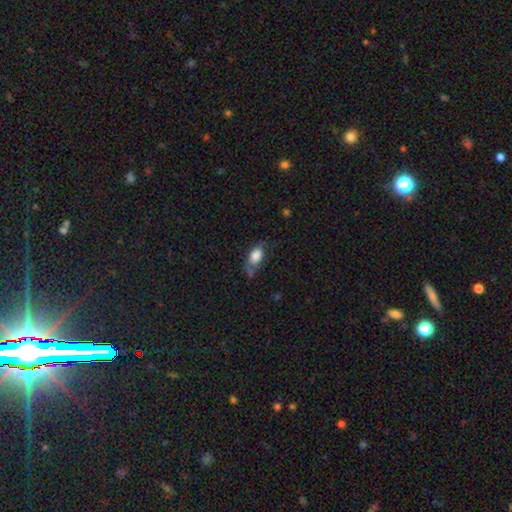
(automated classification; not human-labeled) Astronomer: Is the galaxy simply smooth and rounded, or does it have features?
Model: smooth — 79%.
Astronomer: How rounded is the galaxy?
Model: in between — 88%.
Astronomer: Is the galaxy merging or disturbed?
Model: none — 43% (runner-up: minor disturbance, 33%).